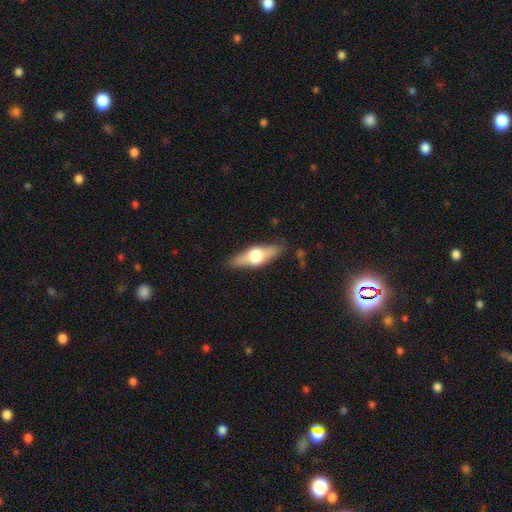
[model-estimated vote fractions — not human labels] Smooth or featured? featured or disk (56%)
Edge-on disk? yes (91%)
Edge-on bulge? rounded (94%)
Merging? none (84%)